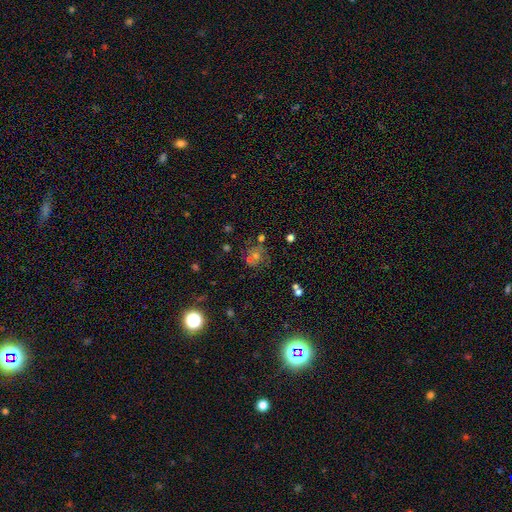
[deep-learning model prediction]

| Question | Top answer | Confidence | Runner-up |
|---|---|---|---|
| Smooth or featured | star or artifact | 43% | smooth (32%) |